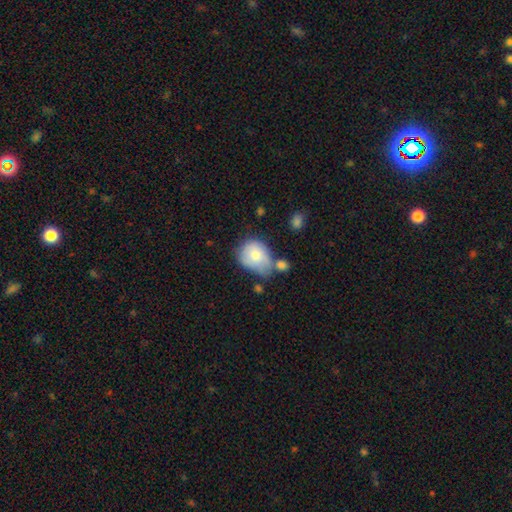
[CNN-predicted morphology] Smooth or featured? Predicted: smooth (p=0.73). How rounded? Predicted: round (p=0.53). Merging? Predicted: none (p=0.34).